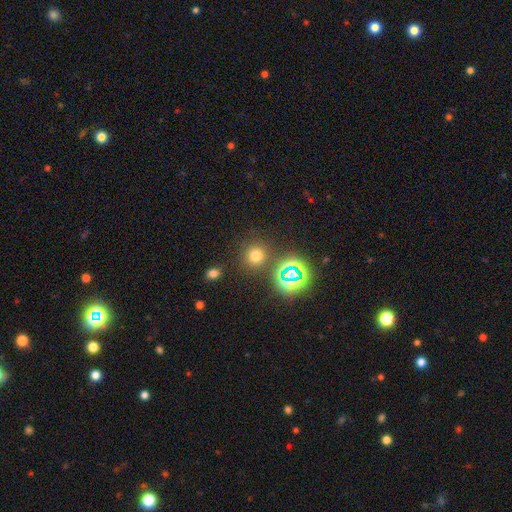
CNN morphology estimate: smooth-or-featured: smooth: 66% | star or artifact: 27% | featured or disk: 8%
  how-rounded: round: 91% | in between: 8% | cigar-shaped: 1%
  merging: none: 85% | minor disturbance: 8% | merger: 4% | major disturbance: 3%